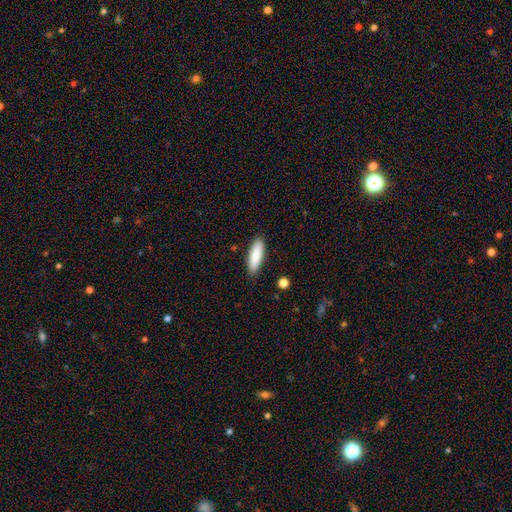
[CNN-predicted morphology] The model was most divided on "how rounded": cigar-shaped: 50%, in between: 49%, round: 2%. More confident: merging — none (88%); smooth or featured — smooth (84%).